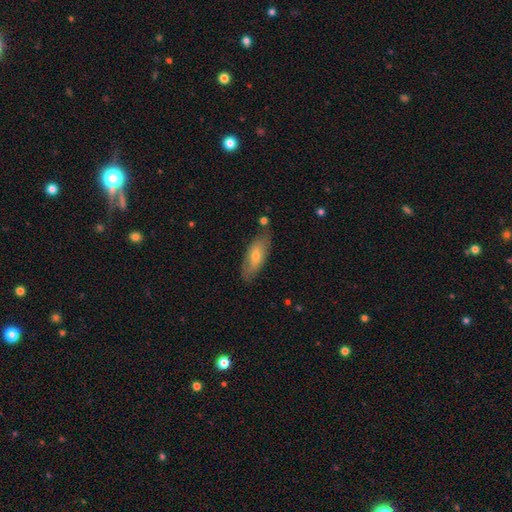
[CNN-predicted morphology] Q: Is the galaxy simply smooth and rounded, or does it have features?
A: smooth — 59%.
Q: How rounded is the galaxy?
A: in between — 72%.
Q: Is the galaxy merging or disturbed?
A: none — 80%.